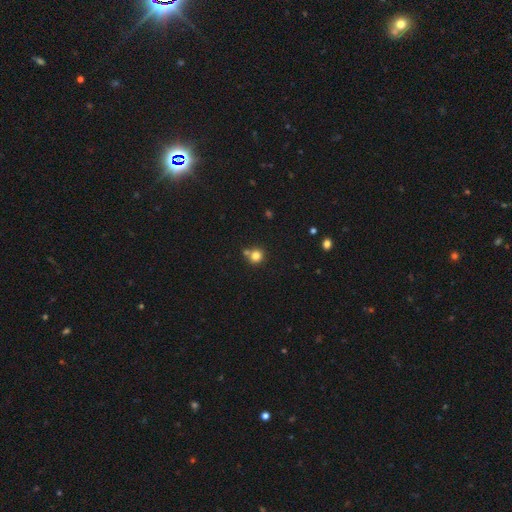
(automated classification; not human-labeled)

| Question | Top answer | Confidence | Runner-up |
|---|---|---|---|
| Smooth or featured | smooth | 81% | star or artifact (12%) |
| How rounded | round | 89% | in between (10%) |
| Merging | none | 65% | merger (23%) |